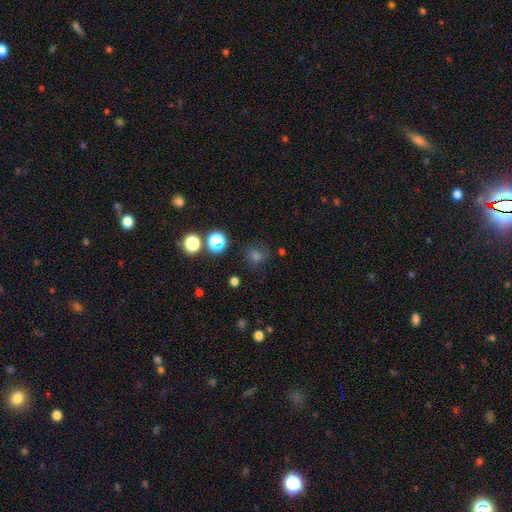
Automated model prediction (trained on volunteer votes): smooth_or_featured: smooth (p=0.54) [alt: star or artifact p=0.35]
how_rounded: round (p=0.79) [alt: in between p=0.20]
merging: none (p=0.74) [alt: minor disturbance p=0.15]